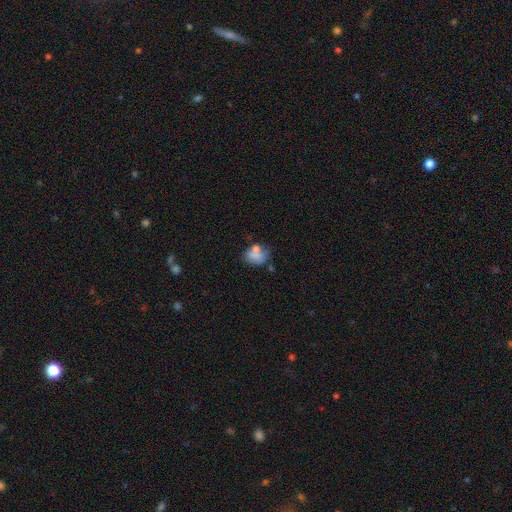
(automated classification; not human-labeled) A smooth galaxy with no disk features (69%) that is in between round and cigar-shaped (56%).

Vote fractions:
- Smooth or featured? smooth: 69% / featured or disk: 20% / star or artifact: 11%
- How rounded? in between: 56% / round: 43% / cigar-shaped: 1%
- Merging? none: 46% / minor disturbance: 23% / merger: 19% / major disturbance: 11%